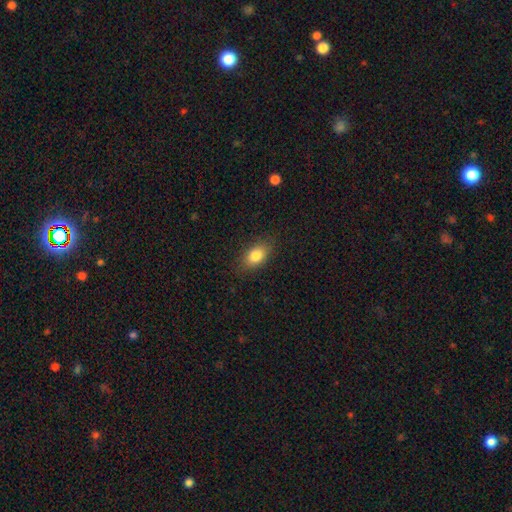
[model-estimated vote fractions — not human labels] Smooth or featured? Predicted: smooth (p=0.82). How rounded? Predicted: in between (p=0.85). Merging? Predicted: none (p=0.84).